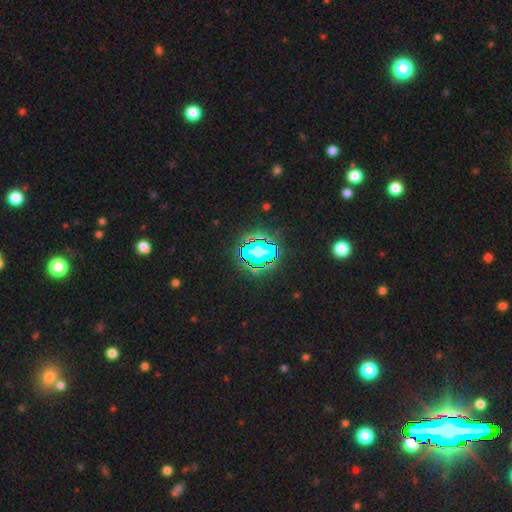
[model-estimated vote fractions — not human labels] smooth_or_featured: star or artifact (p=0.81) [alt: smooth p=0.12]